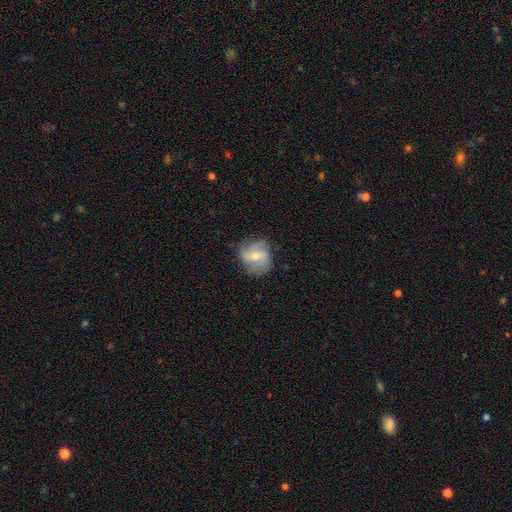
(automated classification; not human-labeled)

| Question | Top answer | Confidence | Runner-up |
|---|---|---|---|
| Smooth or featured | featured or disk | 67% | smooth (26%) |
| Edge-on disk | no | 97% | yes (3%) |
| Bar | weak | 46% | no (40%) |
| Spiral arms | yes | 90% | no (10%) |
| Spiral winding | medium | 45% | loose (36%) |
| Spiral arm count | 2 | 37% | 3 (34%) |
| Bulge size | moderate | 47% | small (46%) |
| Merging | none | 71% | minor disturbance (20%) |